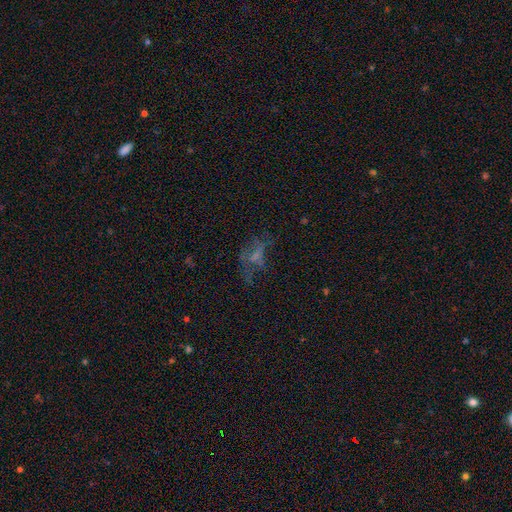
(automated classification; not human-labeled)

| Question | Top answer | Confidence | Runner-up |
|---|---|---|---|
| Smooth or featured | featured or disk | 42% | smooth (30%) |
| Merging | none | 41% | major disturbance (37%) |